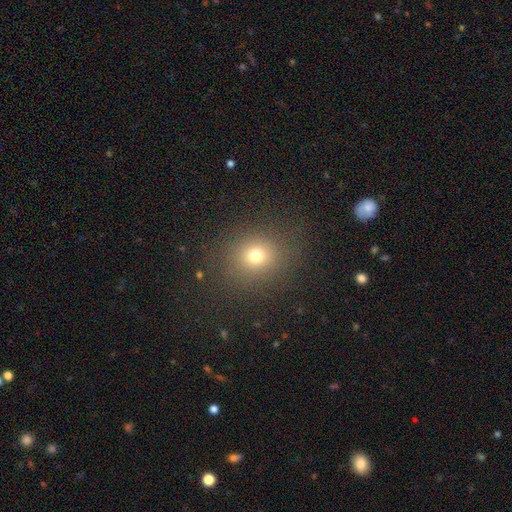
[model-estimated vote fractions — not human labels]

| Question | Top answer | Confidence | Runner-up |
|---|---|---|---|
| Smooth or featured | smooth | 73% | star or artifact (18%) |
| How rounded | round | 74% | in between (25%) |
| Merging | none | 84% | minor disturbance (10%) |